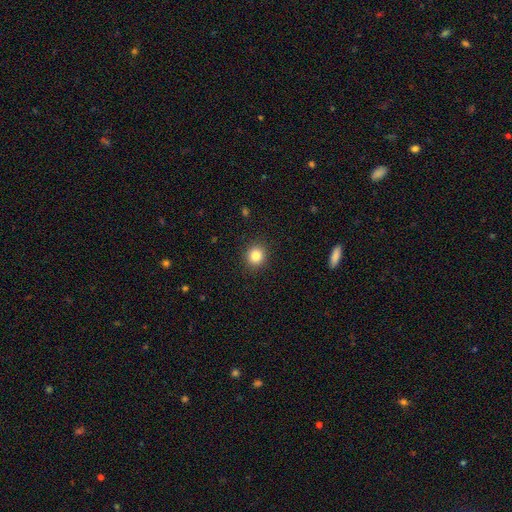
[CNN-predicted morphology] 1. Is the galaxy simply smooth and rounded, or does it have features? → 84% smooth, 11% star or artifact, 5% featured or disk.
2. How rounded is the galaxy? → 86% round, 13% in between, 1% cigar-shaped.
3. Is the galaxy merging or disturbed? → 91% none, 6% minor disturbance, 2% major disturbance, 1% merger.